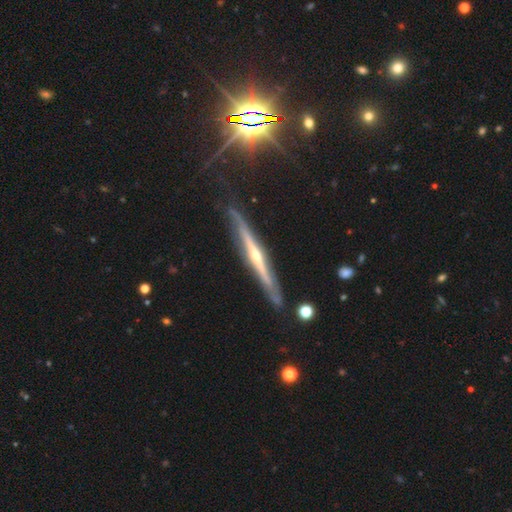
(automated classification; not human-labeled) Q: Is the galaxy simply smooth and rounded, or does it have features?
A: featured or disk — 78%.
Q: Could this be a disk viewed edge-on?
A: yes — 96%.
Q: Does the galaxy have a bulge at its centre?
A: rounded — 71%.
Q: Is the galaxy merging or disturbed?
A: none — 82%.